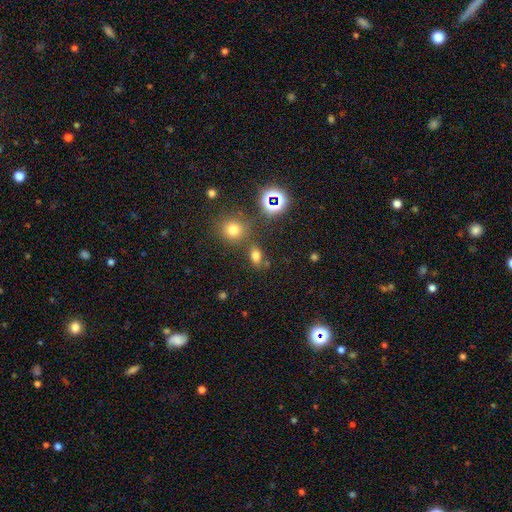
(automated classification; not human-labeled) This is likely a smooth galaxy (68%). How rounded: likely in between (71%). Merging: likely none (72%).